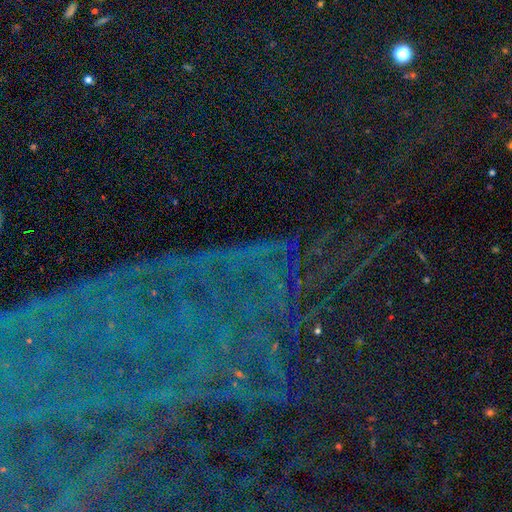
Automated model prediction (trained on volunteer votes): smooth-or-featured: star or artifact: 81% | featured or disk: 10% | smooth: 9%